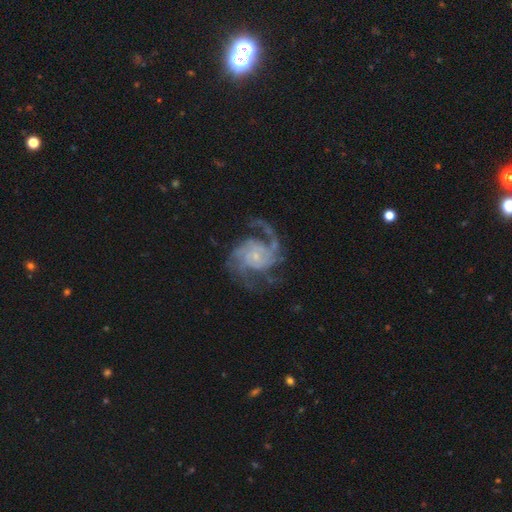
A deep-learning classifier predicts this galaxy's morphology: Smooth or featured? featured or disk (89%)
Edge-on disk? no (98%)
Bar? no (70%)
Spiral arms? yes (97%)
Spiral winding? medium (50%)
Spiral arm count? 2 (45%)
Bulge size? small (76%)
Merging? none (61%)